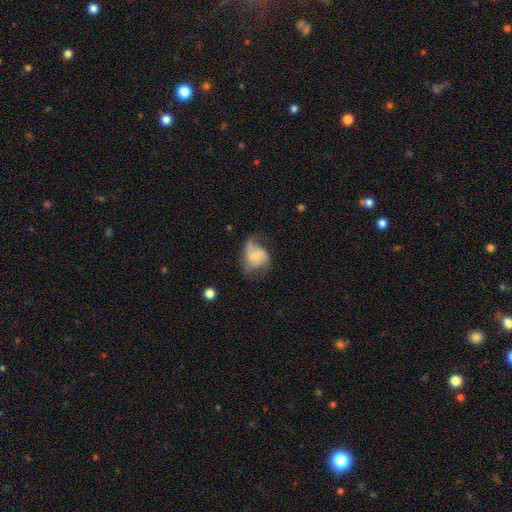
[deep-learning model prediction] Q: Smooth or featured?
A: featured or disk (59%); runner-up: smooth (33%)
Q: Edge-on disk?
A: no (97%); runner-up: yes (3%)
Q: Bar?
A: no (46%); runner-up: weak (43%)
Q: Spiral arms?
A: yes (84%); runner-up: no (16%)
Q: Bulge size?
A: small (50%); runner-up: moderate (31%)
Q: Merging?
A: none (43%); runner-up: minor disturbance (28%)